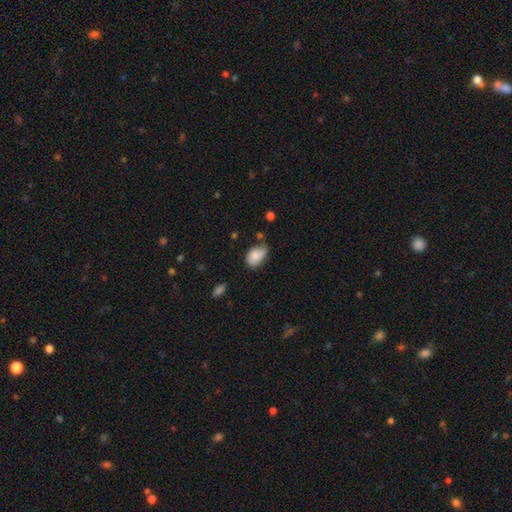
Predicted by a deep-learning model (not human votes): A smooth galaxy with no disk features (78%) that is in between round and cigar-shaped (89%).

Vote fractions:
- Smooth or featured? smooth: 78% / featured or disk: 15% / star or artifact: 8%
- How rounded? in between: 89% / round: 10% / cigar-shaped: 1%
- Merging? none: 44% / minor disturbance: 41% / major disturbance: 11% / merger: 5%